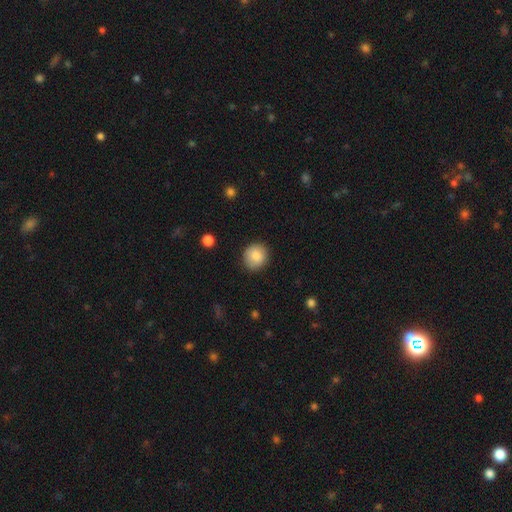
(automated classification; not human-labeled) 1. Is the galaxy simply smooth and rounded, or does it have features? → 86% smooth, 8% star or artifact, 6% featured or disk.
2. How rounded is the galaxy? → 83% round, 16% in between, 1% cigar-shaped.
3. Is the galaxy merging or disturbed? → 87% none, 10% minor disturbance, 2% major disturbance, 1% merger.